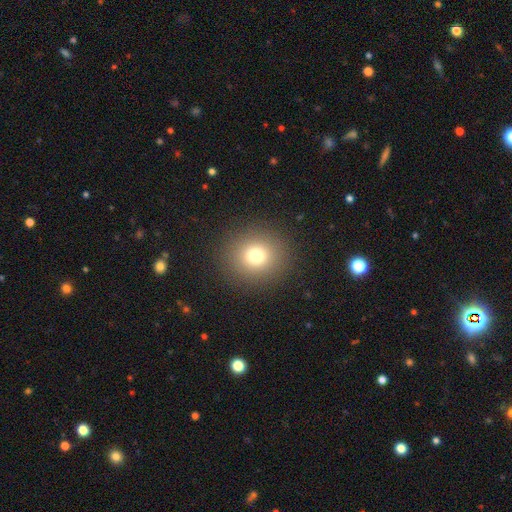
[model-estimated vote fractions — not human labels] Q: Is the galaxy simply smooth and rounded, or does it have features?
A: smooth — 75%.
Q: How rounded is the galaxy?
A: round — 90%.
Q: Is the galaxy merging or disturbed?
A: none — 90%.